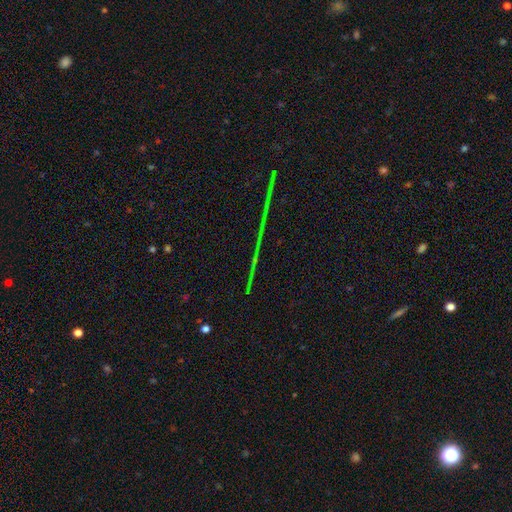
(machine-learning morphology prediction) This is likely a star or artifact rather than a galaxy (77%).